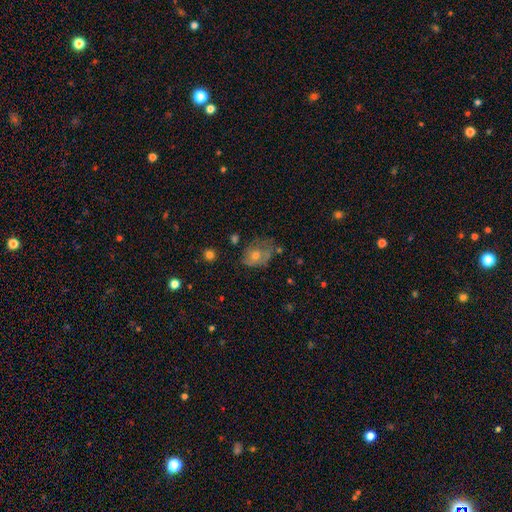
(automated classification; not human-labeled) Smooth or featured? smooth (43%)
Merging? none (49%)